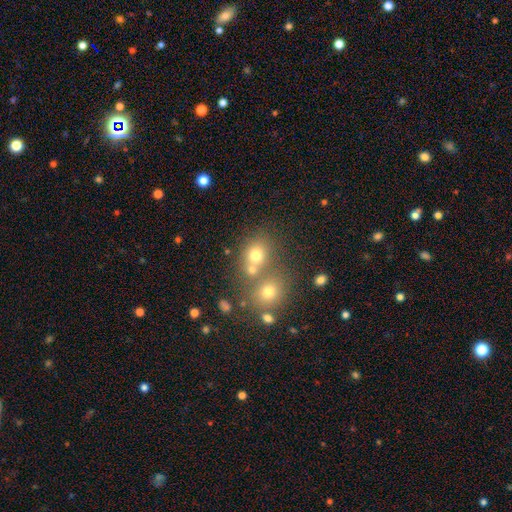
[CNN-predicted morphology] This appears to be a smooth galaxy with no disk features (70%) that is round (67%). Merging: none (49%).